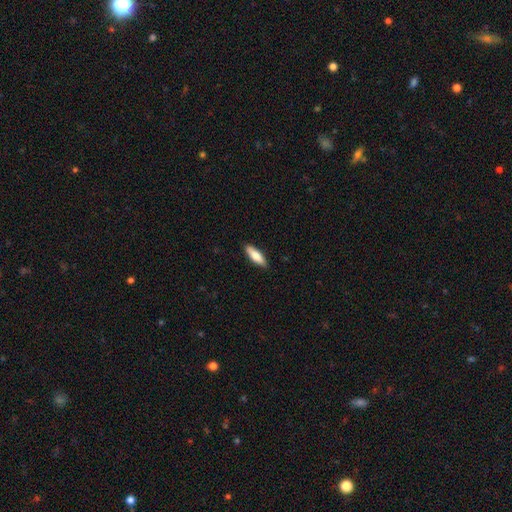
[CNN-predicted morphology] A smooth galaxy with no disk features (75%) that is cigar-shaped (49%, tied with in between).

Vote fractions:
- Smooth or featured? smooth: 75% / featured or disk: 19% / star or artifact: 6%
- How rounded? cigar-shaped: 49% (tied) / in between: 49% (tied) / round: 2%
- Merging? none: 87% / minor disturbance: 10% / major disturbance: 2% / merger: 1%